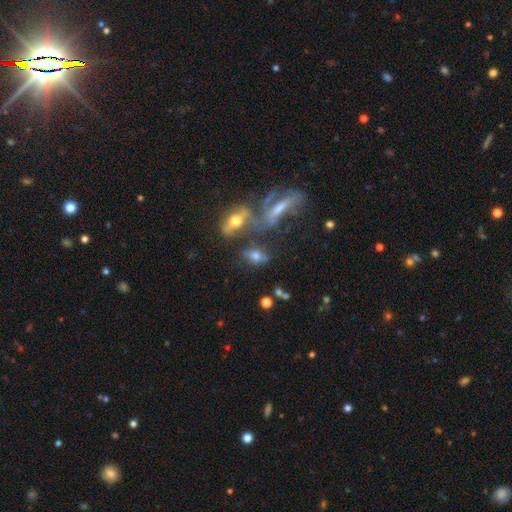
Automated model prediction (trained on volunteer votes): Morphology: type=smooth (58%); roundness=in between (74%); merging=none (44%).